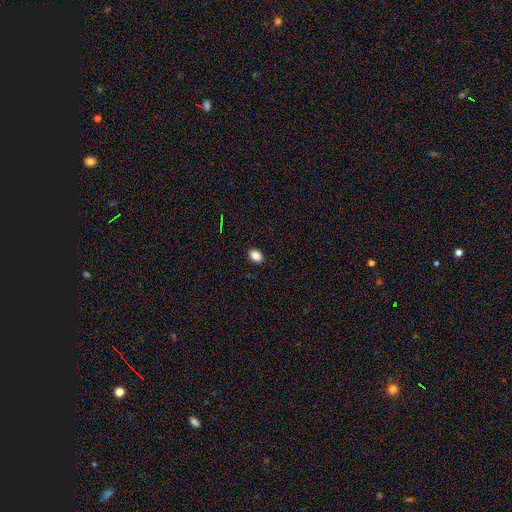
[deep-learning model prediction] smooth 87%, star or artifact 10%, featured or disk 4%. Down the decision tree: how rounded — in between (77%); merging — none (90%).